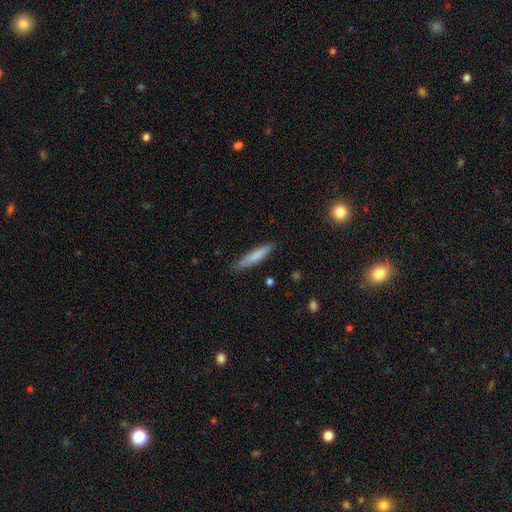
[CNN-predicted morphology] Overall: smooth (76%). How rounded: cigar-shaped (89%). Merging: none (85%).